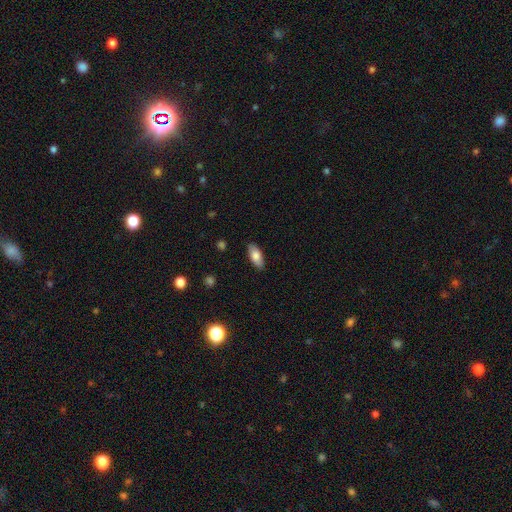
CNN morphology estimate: Q: Smooth or featured?
A: smooth (79%); runner-up: featured or disk (14%)
Q: How rounded?
A: in between (86%); runner-up: cigar-shaped (12%)
Q: Merging?
A: none (88%); runner-up: minor disturbance (9%)